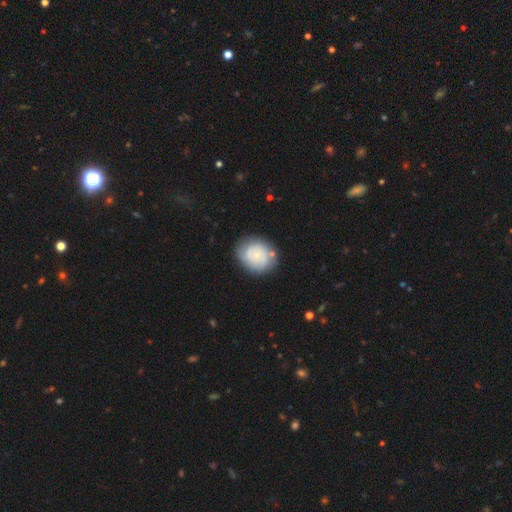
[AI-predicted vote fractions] This appears to be a featured or disk galaxy (60%) with no bar (76%), 2 (43%) tight (62%) spiral arms (86%) and a small central bulge (75%). Merging: none (74%).